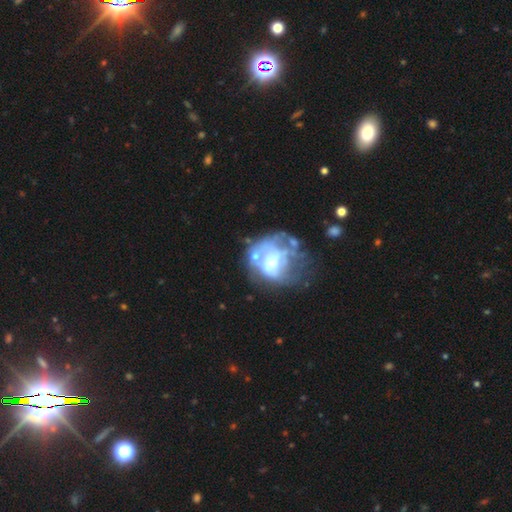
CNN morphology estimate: This is likely a featured or disk galaxy (61%). It is clearly not viewed edge-on (98%). Bar: likely no (79%). Spiral arm pattern: likely no (79%). Central bulge: possibly moderate (51%). Merging: marginally major disturbance (35%).